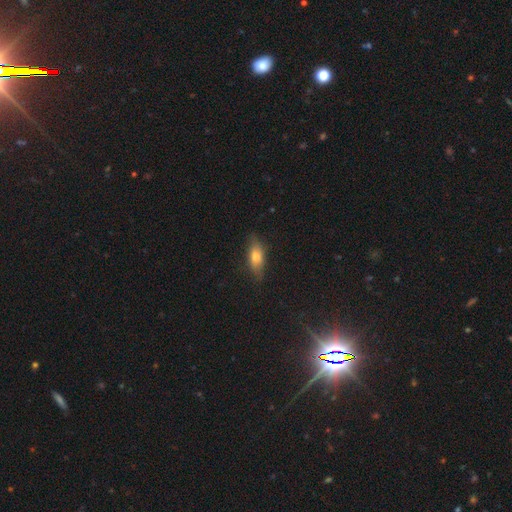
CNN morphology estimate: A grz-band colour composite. It shows a smooth galaxy with no disk features (73%) that is in between round and cigar-shaped (75%). Merging: none (76%).